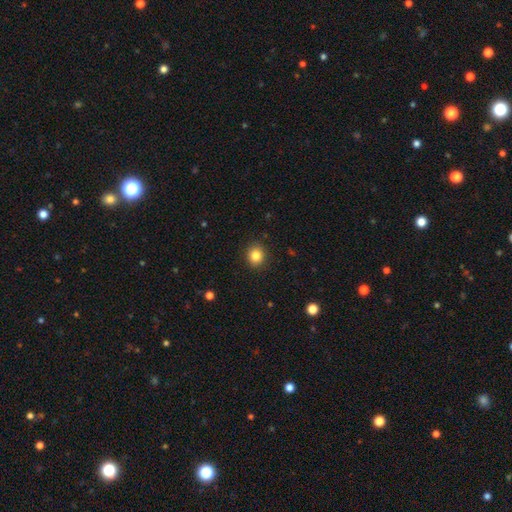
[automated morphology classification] The model was most divided on "how rounded": round: 83%, in between: 16%, cigar-shaped: 1%. More confident: merging — none (91%); smooth or featured — smooth (84%).